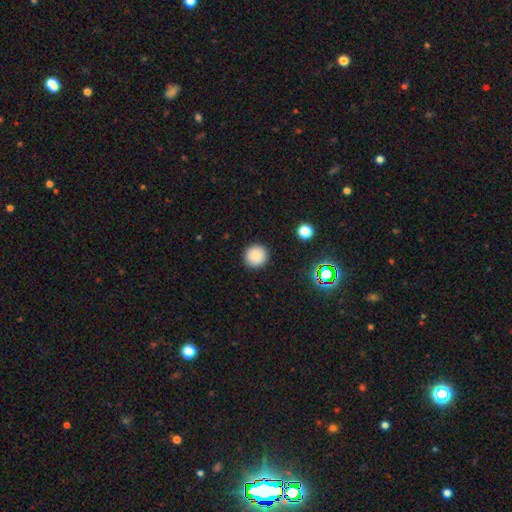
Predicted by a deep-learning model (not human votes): Smooth or featured? smooth (85%)
How rounded? round (96%)
Merging? none (92%)